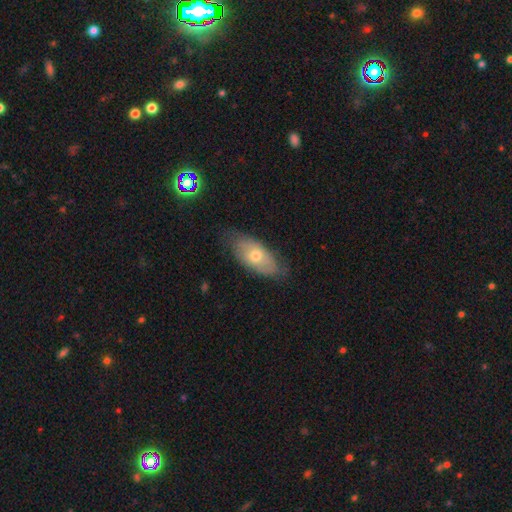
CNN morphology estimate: Smooth or featured?
  - smooth: 55% *
  - featured or disk: 38%
  - star or artifact: 7%
How rounded?
  - in between: 88% *
  - cigar-shaped: 8%
  - round: 4%
Merging?
  - none: 72% *
  - minor disturbance: 22%
  - major disturbance: 4%
  - merger: 1%